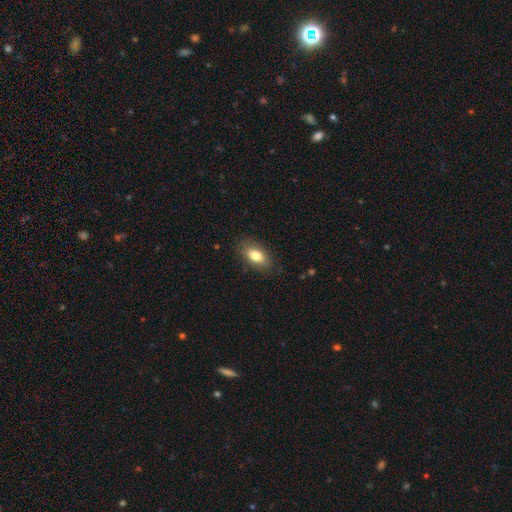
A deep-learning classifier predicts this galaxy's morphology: Smooth or featured: smooth — 78% (featured or disk — 15%)
How rounded: in between — 90% (round — 6%)
Merging: none — 83% (minor disturbance — 12%)